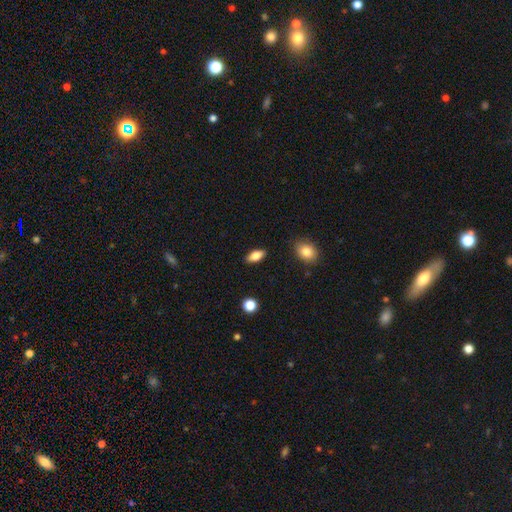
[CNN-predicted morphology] smooth_or_featured: smooth (p=0.79) [alt: featured or disk p=0.14]
how_rounded: in between (p=0.85) [alt: cigar-shaped p=0.11]
merging: none (p=0.88) [alt: minor disturbance p=0.08]